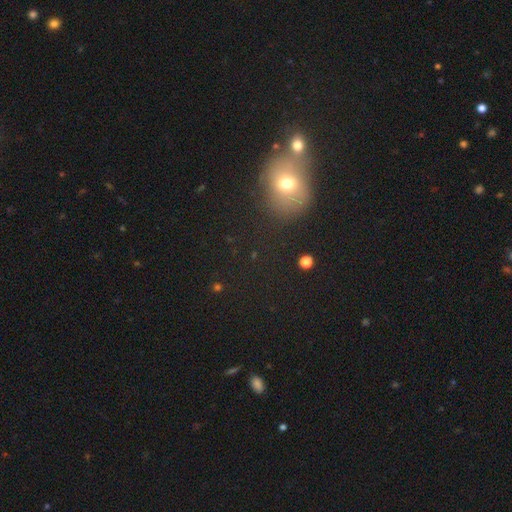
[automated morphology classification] smooth 52%, star or artifact 32%, featured or disk 16%. Down the decision tree: how rounded — round (61%); merging — none (63%).